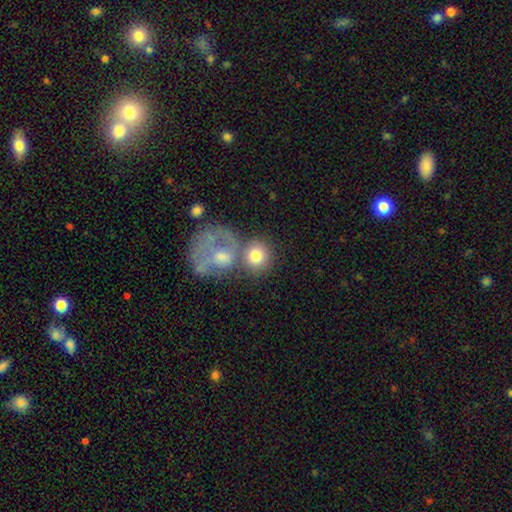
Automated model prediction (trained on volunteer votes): This is likely a smooth galaxy (73%). How rounded: clearly round (81%). Merging: marginally none (43%).